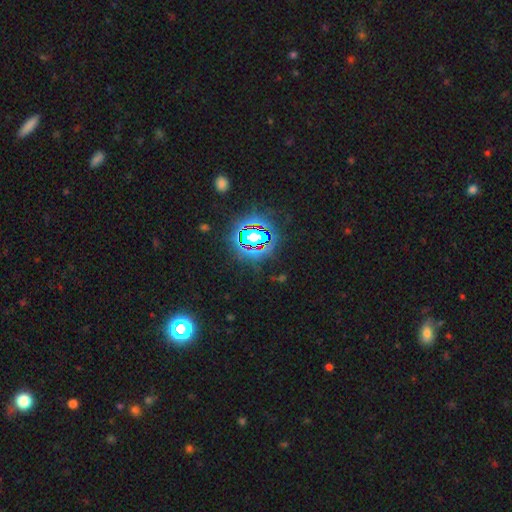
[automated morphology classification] This is clearly a star or artifact rather than a galaxy (80%).